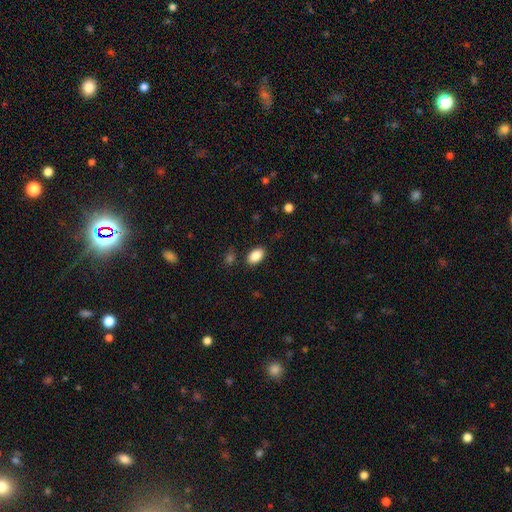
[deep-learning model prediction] A smooth galaxy with no disk features (87%) that is in between round and cigar-shaped (92%).

Vote fractions:
- Smooth or featured? smooth: 87% / star or artifact: 8% / featured or disk: 5%
- How rounded? in between: 92% / round: 7% / cigar-shaped: 2%
- Merging? none: 84% / minor disturbance: 11% / major disturbance: 3% / merger: 2%